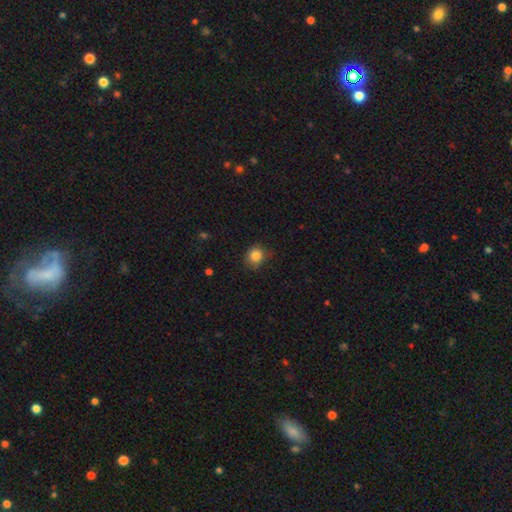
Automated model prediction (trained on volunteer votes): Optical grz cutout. It shows a smooth galaxy with no disk features (83%) that is round (77%). Merging: none (77%).